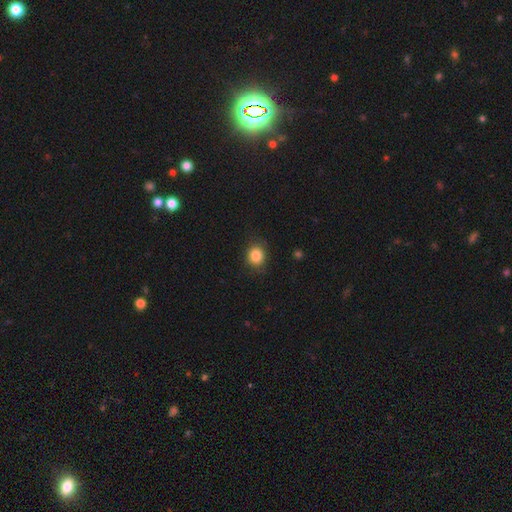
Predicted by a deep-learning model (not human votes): Smooth or featured? smooth (85%)
How rounded? round (71%)
Merging? none (83%)